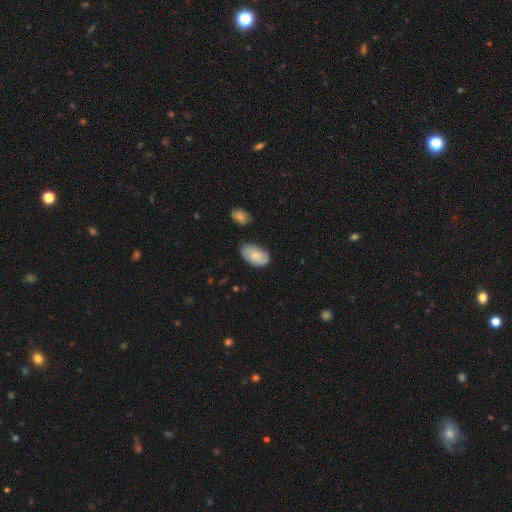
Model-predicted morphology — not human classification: smooth 57%, featured or disk 36%, star or artifact 7%. Down the decision tree: how rounded — in between (92%); merging — none (68%).